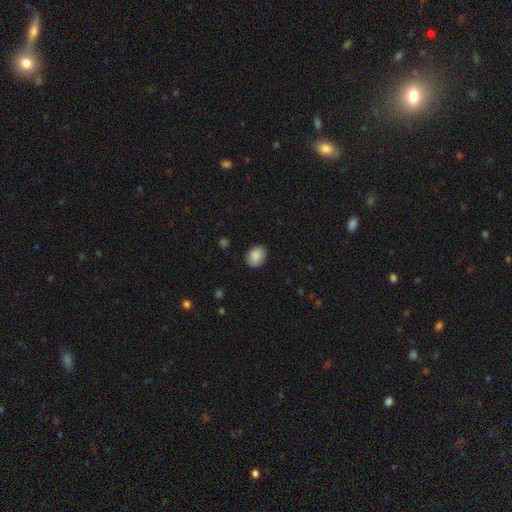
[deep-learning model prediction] Smooth or featured? Predicted: smooth (p=0.88). How rounded? Predicted: in between (p=0.58). Merging? Predicted: none (p=0.84).